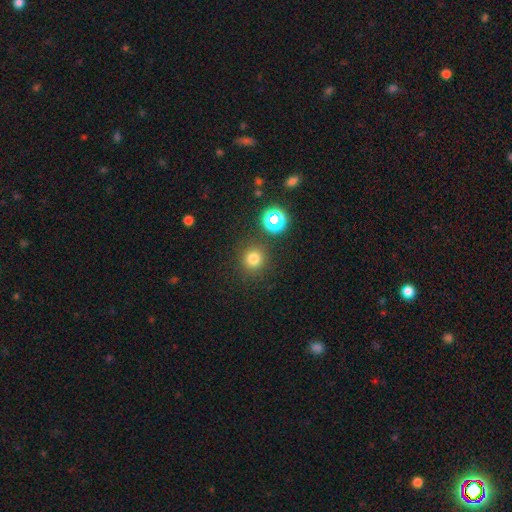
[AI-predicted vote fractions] smooth 58%, star or artifact 35%, featured or disk 7%. Down the decision tree: how rounded — round (88%); merging — none (80%).